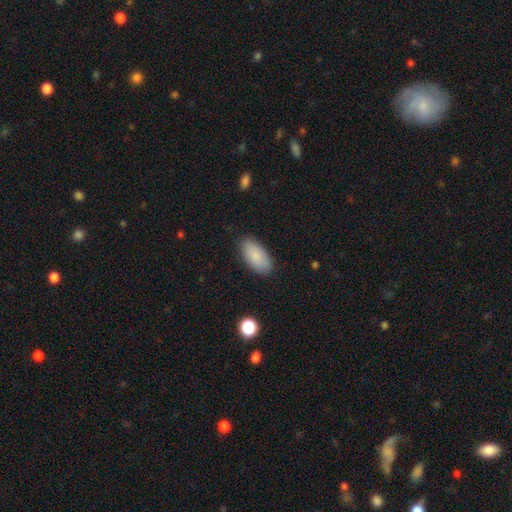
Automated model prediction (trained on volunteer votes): Morphology: type=smooth (86%); roundness=in between (92%); merging=none (84%).